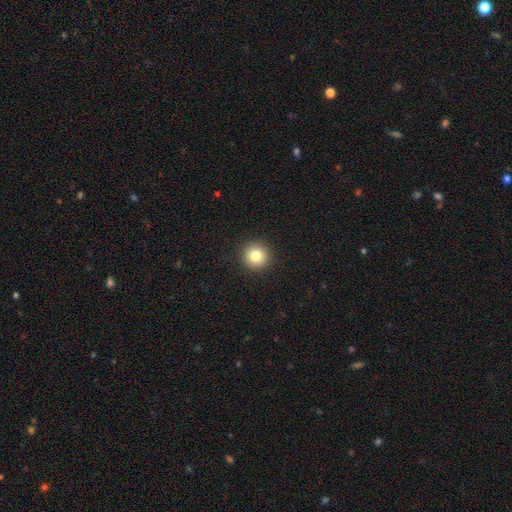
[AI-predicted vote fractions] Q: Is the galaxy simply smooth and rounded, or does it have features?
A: smooth — 82%.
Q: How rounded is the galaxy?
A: round — 95%.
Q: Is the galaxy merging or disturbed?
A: none — 93%.